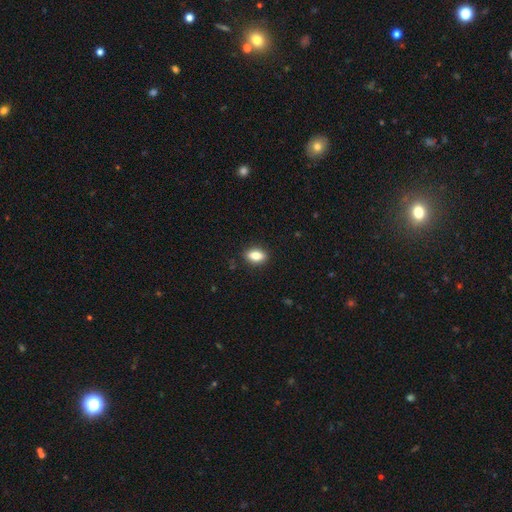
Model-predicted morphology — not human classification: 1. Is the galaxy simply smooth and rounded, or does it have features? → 85% smooth, 8% star or artifact, 7% featured or disk.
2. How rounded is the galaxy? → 86% in between, 9% round, 5% cigar-shaped.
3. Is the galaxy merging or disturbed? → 88% none, 9% minor disturbance, 2% major disturbance, 1% merger.